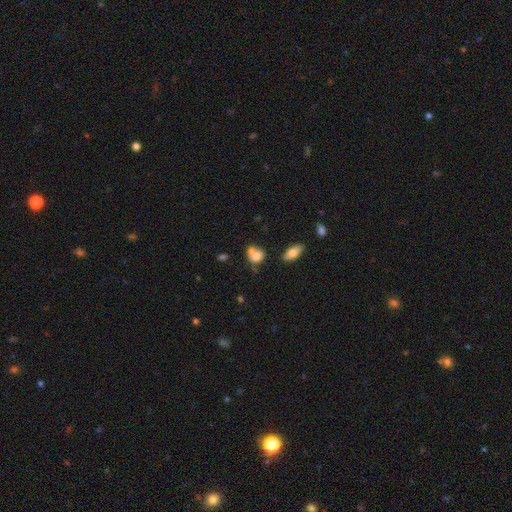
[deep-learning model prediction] smooth_or_featured: smooth (p=0.75) [alt: featured or disk p=0.15]
how_rounded: round (p=0.51) [alt: in between p=0.47]
merging: merger (p=0.42) [alt: none p=0.35]